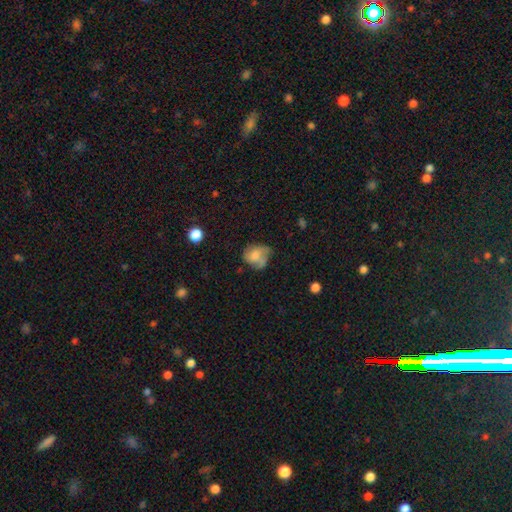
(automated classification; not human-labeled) This appears to be a smooth galaxy with no disk features (57%) that is round (58%). Merging: none (45%).